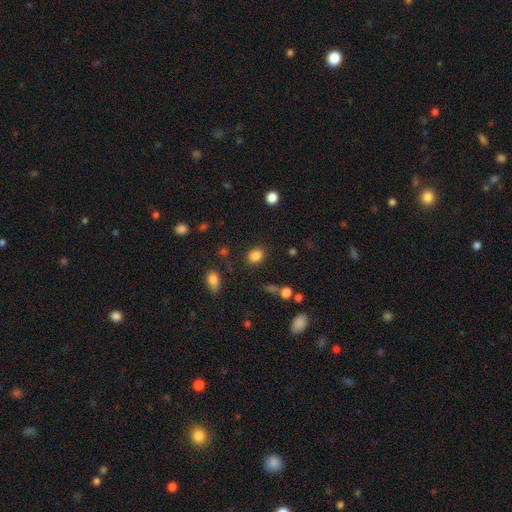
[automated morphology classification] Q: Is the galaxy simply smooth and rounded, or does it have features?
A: smooth — 84%.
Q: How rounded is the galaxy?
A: in between — 50%.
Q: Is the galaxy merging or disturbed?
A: none — 83%.